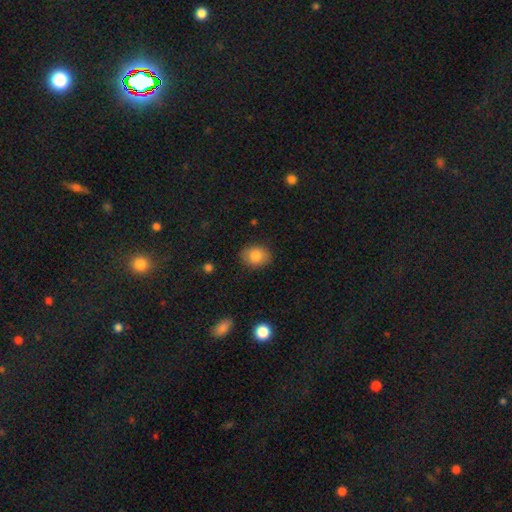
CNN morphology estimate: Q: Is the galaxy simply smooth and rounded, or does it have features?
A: smooth — 81%.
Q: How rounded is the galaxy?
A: in between — 58%.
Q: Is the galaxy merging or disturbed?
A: none — 85%.